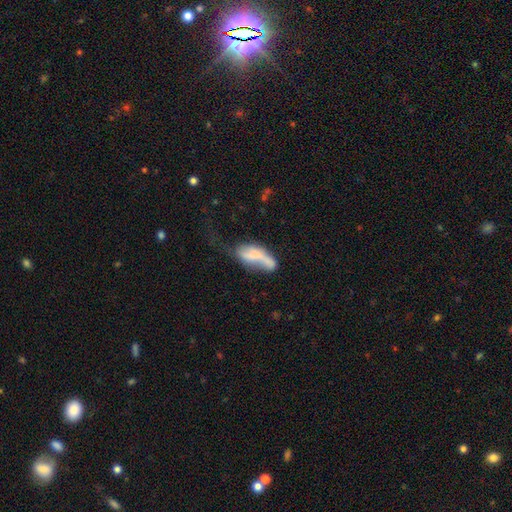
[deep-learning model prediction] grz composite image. It shows a smooth galaxy with no disk features (56%) that is in between round and cigar-shaped (73%). Merging: major disturbance (33%).